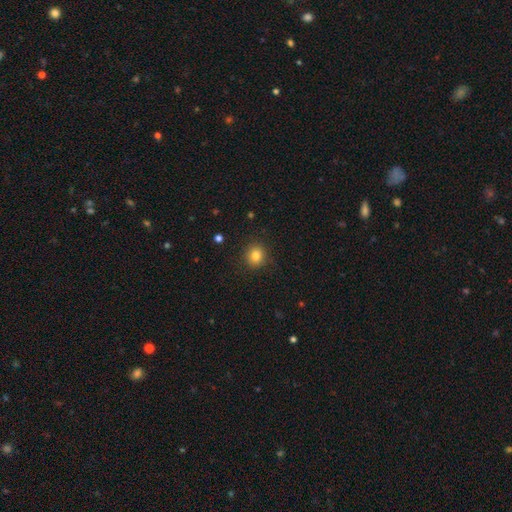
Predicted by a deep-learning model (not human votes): smooth 82%, star or artifact 12%, featured or disk 6%. Down the decision tree: how rounded — round (88%); merging — none (90%).